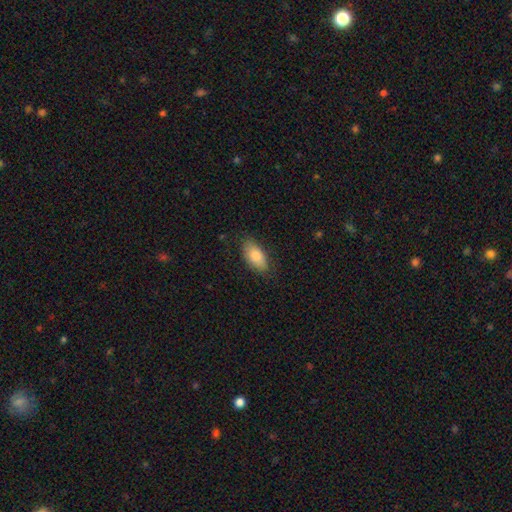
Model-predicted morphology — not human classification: Smooth or featured: smooth — 84% (featured or disk — 10%)
How rounded: in between — 91% (cigar-shaped — 5%)
Merging: none — 82% (minor disturbance — 14%)